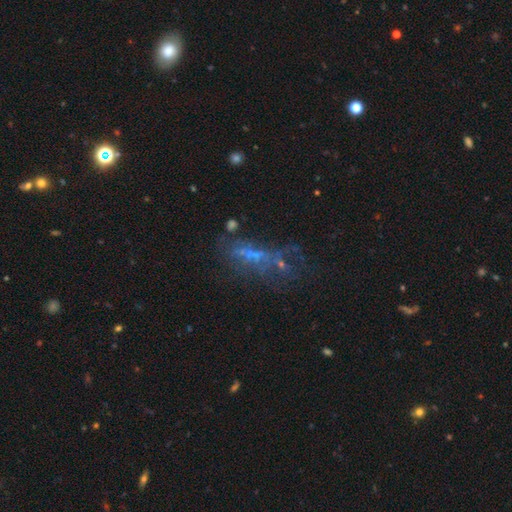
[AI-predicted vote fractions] A featured or disk galaxy (41%).

Vote fractions:
- Smooth or featured? featured or disk: 41% / smooth: 30% / star or artifact: 29%
- Merging? none: 42% / major disturbance: 29% / minor disturbance: 18% / merger: 11%